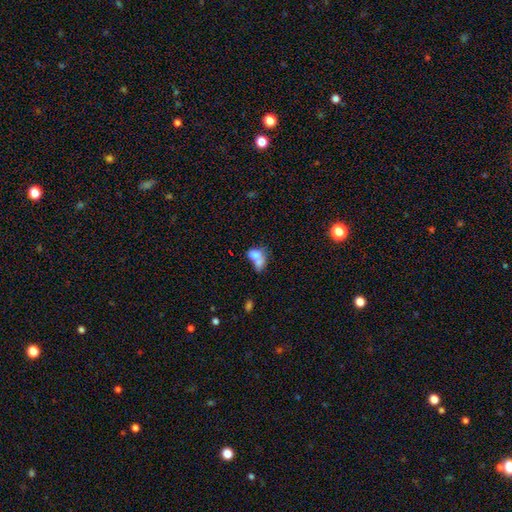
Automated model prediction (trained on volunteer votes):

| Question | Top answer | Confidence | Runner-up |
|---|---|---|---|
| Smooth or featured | smooth | 72% | featured or disk (18%) |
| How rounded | in between | 70% | round (28%) |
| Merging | merger | 63% | none (18%) |